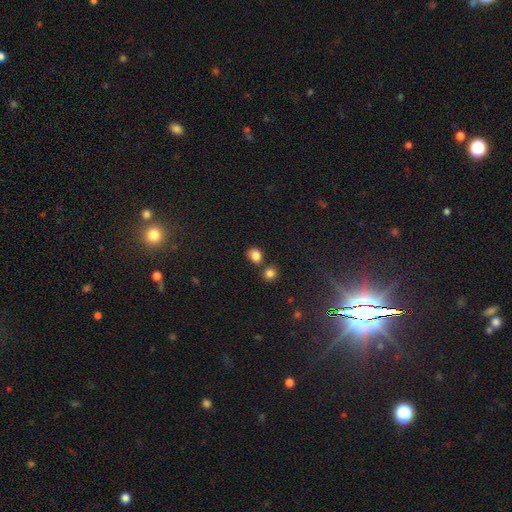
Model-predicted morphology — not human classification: Overall: smooth (83%). How rounded: round (65%; in between 34%). Merging: none (65%).